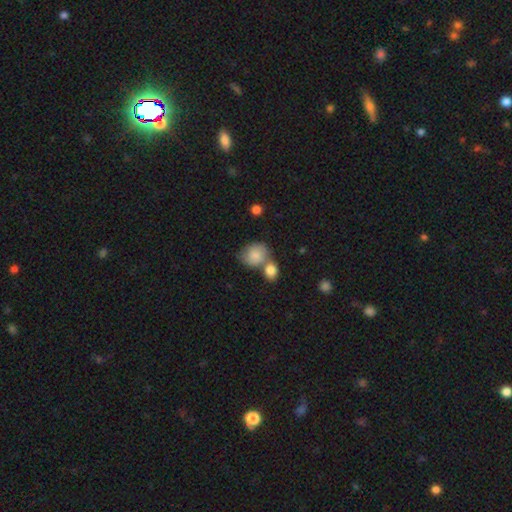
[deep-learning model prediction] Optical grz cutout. It shows a smooth galaxy with no disk features (76%) that is round (62%). Merging: merger (45%).